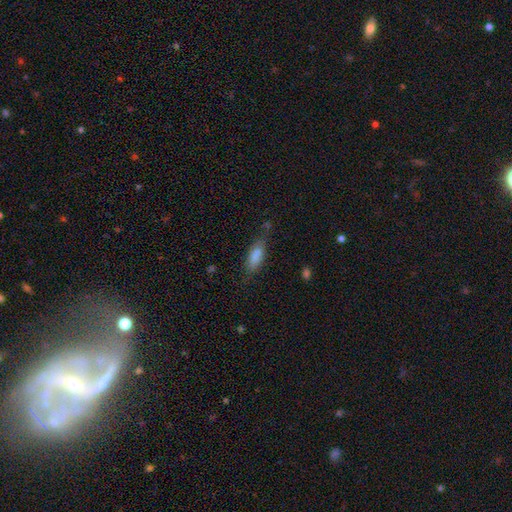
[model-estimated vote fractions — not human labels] This is clearly a smooth galaxy (81%). How rounded: likely in between (66%). Merging: likely none (66%).